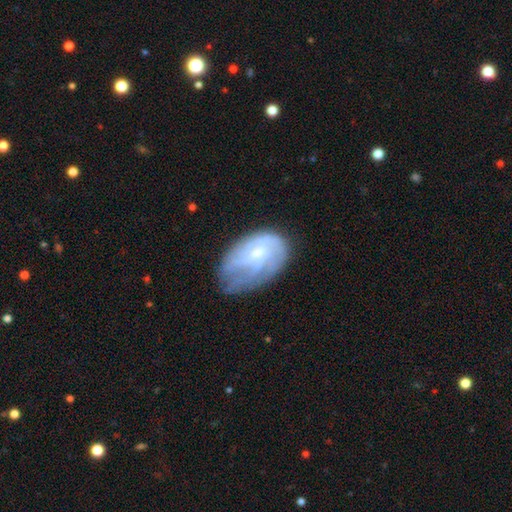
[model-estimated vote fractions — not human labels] Overall: featured or disk (63%; smooth 28%). Edge-on disk: no (96%). Bar: no (56%; weak 37%). Spiral arms: yes (77%). Bulge size: small (66%). Merging: none (53%; minor disturbance 30%).